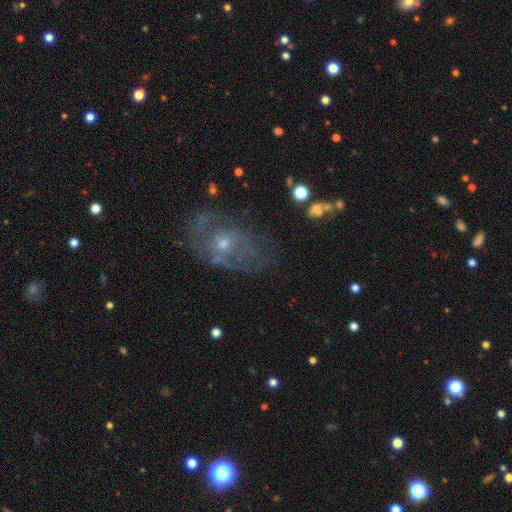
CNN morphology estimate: Smooth or featured? Predicted: featured or disk (p=0.61). Edge-on disk? Predicted: no (p=0.93). Bar? Predicted: no (p=0.74). Spiral arms? Predicted: yes (p=0.72). Bulge size? Predicted: small (p=0.58). Merging? Predicted: none (p=0.68).